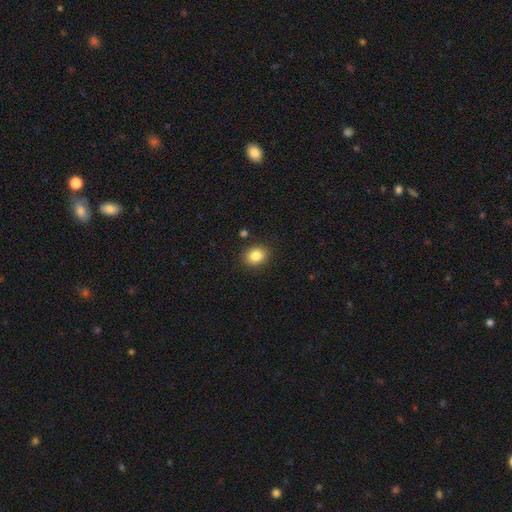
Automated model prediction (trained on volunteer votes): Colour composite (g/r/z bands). It shows a smooth galaxy with no disk features (84%) that is round (53%). Merging: none (88%).